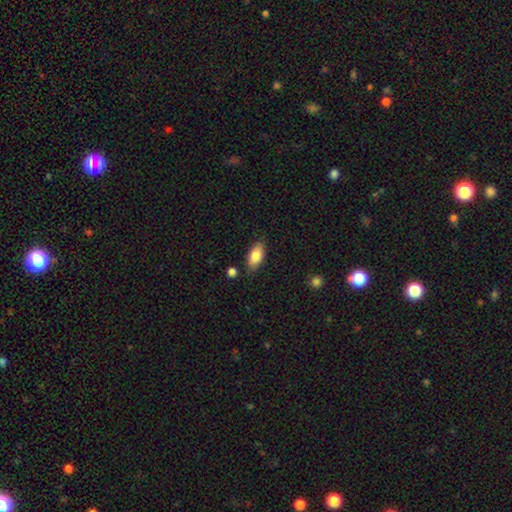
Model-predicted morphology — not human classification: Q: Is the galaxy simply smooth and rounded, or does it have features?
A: smooth — 81%.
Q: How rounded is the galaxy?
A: in between — 88%.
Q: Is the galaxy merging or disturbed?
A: none — 80%.